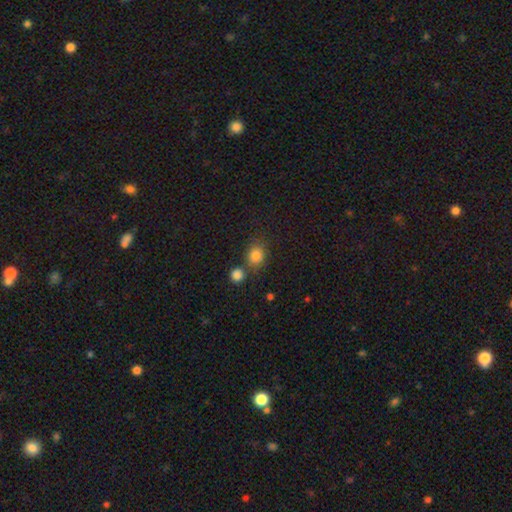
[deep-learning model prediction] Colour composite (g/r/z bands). It shows a smooth galaxy with no disk features (83%) that is round (71%). Merging: none (64%).